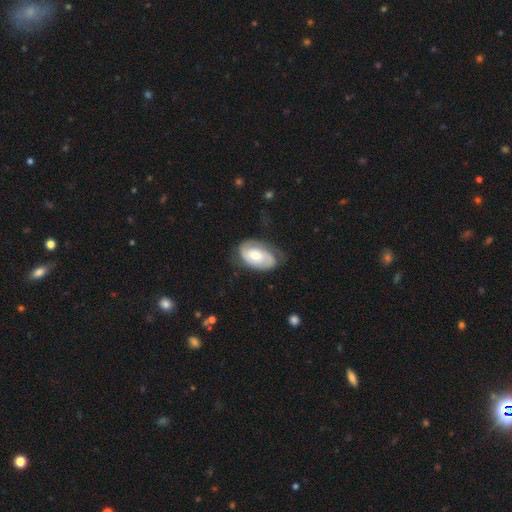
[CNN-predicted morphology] type=featured or disk (66%); edge-on=no (96%); bar=no (61%); spiral arms=yes (89%); winding=tight (47%); arm count=2 (69%); bulge=moderate (59%); merging=none (62%).